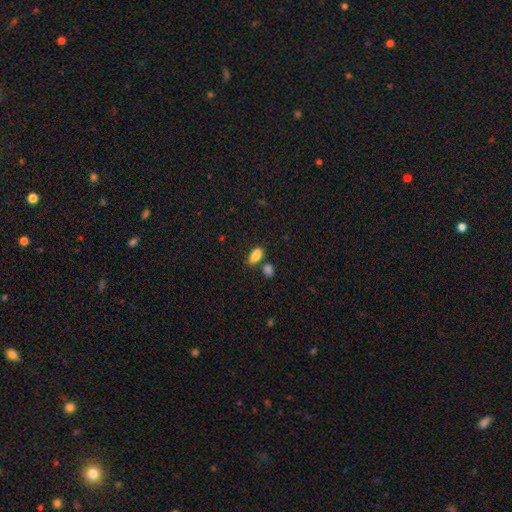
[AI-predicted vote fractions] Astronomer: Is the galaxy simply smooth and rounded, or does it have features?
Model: smooth — 84%.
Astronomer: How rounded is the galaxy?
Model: in between — 84%.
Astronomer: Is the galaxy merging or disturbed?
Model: none — 61%.